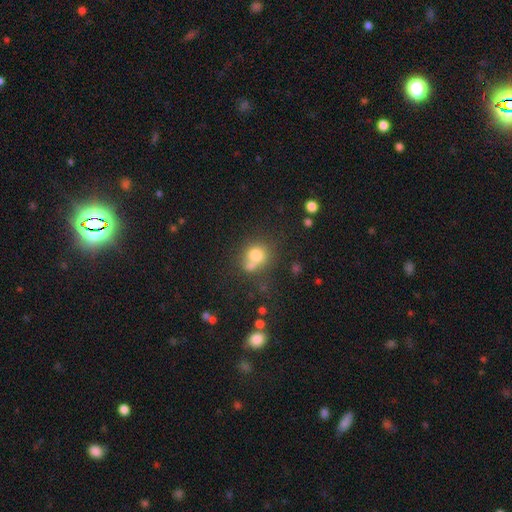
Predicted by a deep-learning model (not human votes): A smooth galaxy with no disk features (74%) that is round (78%). Merging: none (42%).